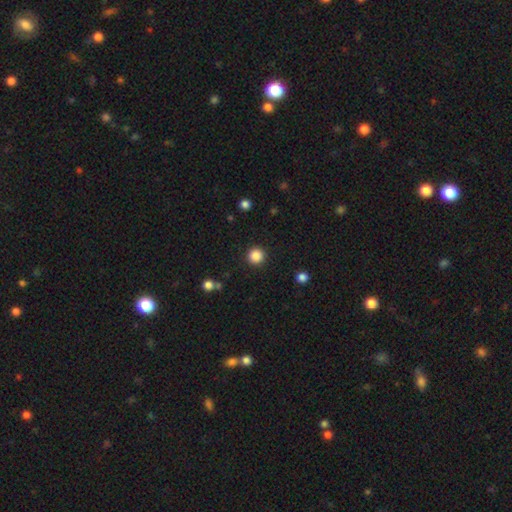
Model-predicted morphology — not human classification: smooth_or_featured: smooth (p=0.86) [alt: star or artifact p=0.11]
how_rounded: round (p=0.96) [alt: in between p=0.04]
merging: none (p=0.92) [alt: minor disturbance p=0.05]